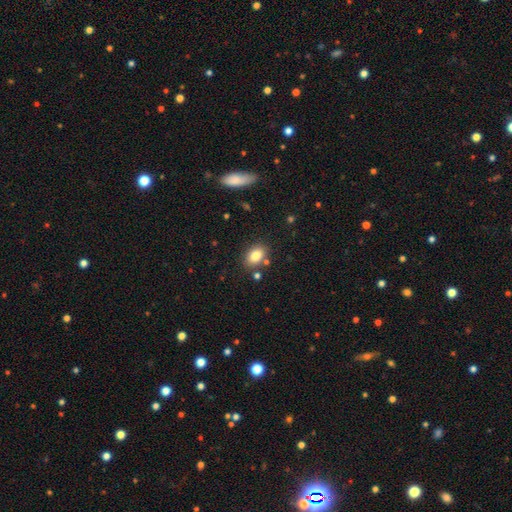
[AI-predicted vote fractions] Smooth or featured?
  - smooth: 83% *
  - star or artifact: 9%
  - featured or disk: 8%
How rounded?
  - in between: 81% *
  - round: 18%
  - cigar-shaped: 1%
Merging?
  - none: 80% *
  - minor disturbance: 11%
  - merger: 6%
  - major disturbance: 3%